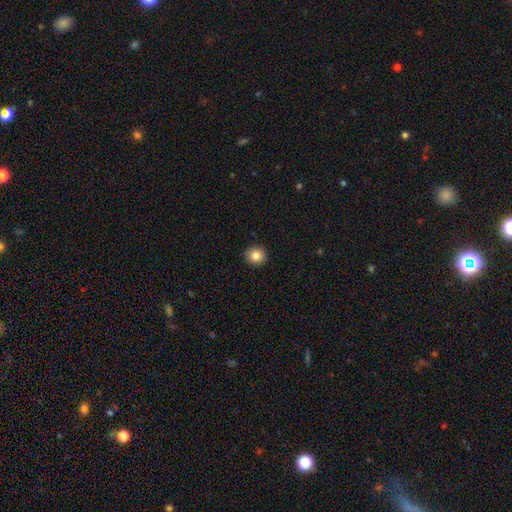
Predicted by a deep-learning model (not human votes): This appears to be a smooth galaxy with no disk features (84%) that is round (90%). Merging: none (92%).